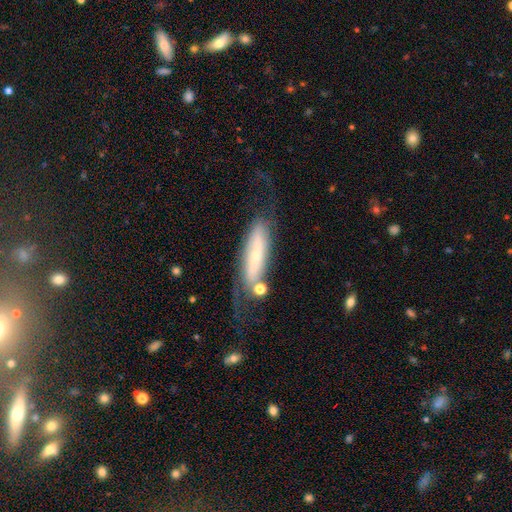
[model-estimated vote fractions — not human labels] This appears to be a featured or disk galaxy (53%). Merging: none (51%).